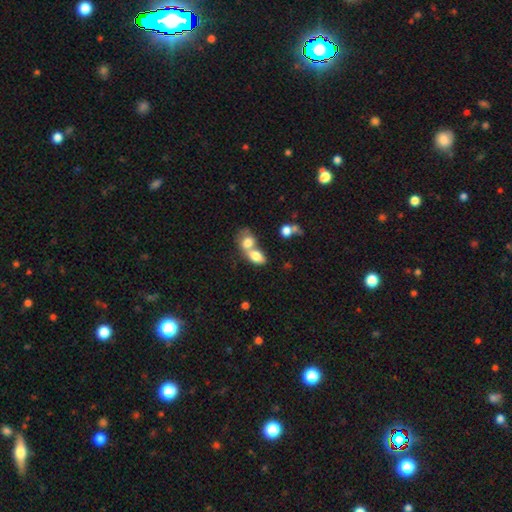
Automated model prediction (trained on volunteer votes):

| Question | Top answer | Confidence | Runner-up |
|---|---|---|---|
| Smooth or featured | smooth | 76% | featured or disk (15%) |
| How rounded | in between | 78% | round (20%) |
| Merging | merger | 68% | none (20%) |